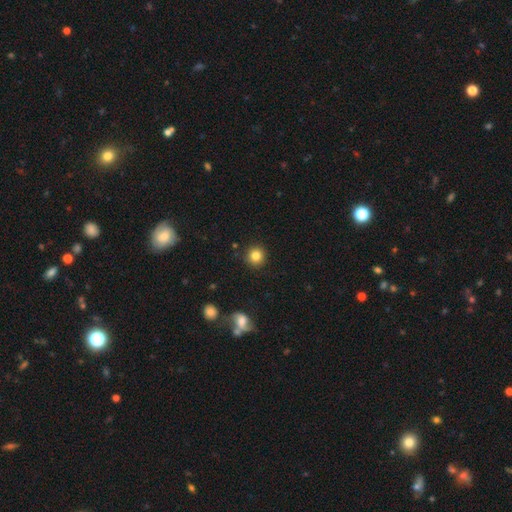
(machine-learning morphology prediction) The model was most divided on "smooth or featured": smooth: 83%, star or artifact: 11%, featured or disk: 6%. More confident: how rounded — round (94%); merging — none (91%).